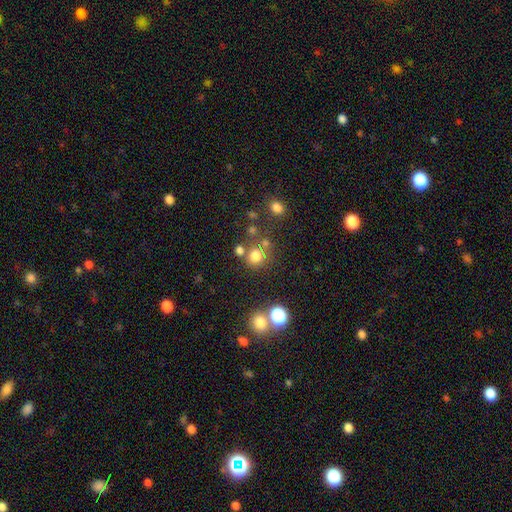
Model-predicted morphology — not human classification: Smooth or featured? smooth (71%)
How rounded? round (86%)
Merging? none (67%)